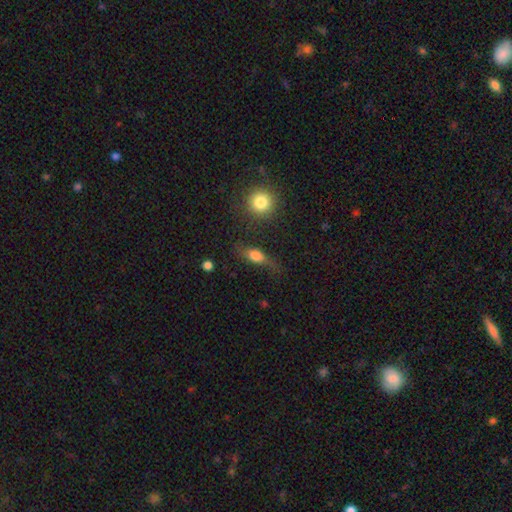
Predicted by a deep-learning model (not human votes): Morphology: type=smooth (61%); roundness=in between (63%); merging=none (54%).